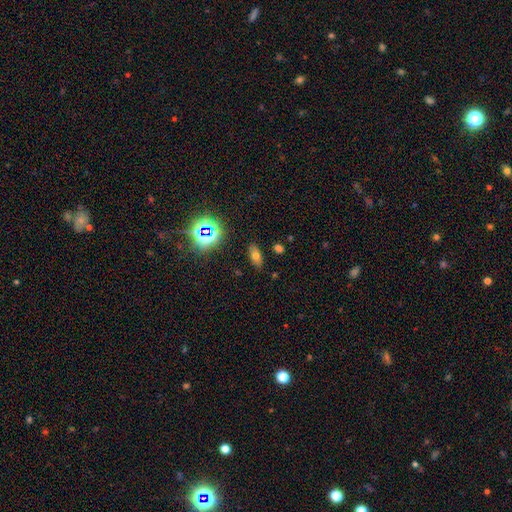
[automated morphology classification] Smooth or featured? smooth (62%)
How rounded? in between (85%)
Merging? none (85%)